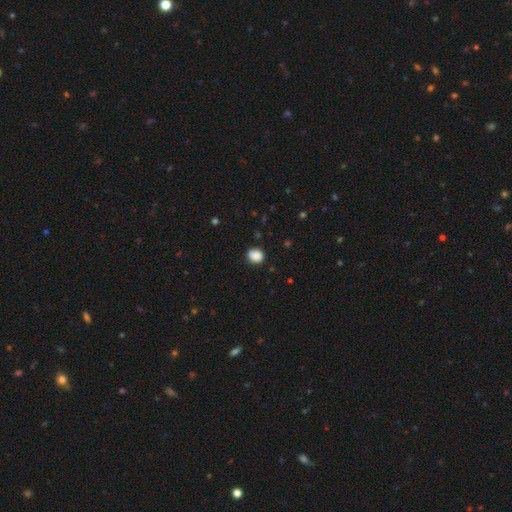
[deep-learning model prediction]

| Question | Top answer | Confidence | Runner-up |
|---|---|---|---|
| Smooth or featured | smooth | 87% | star or artifact (9%) |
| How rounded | round | 77% | in between (22%) |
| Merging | none | 86% | minor disturbance (11%) |